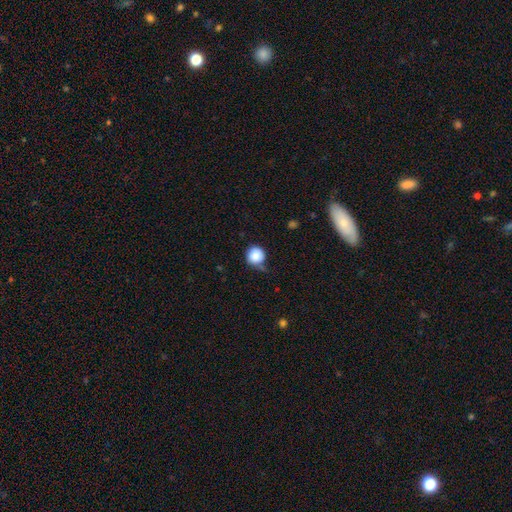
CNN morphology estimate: Overall: smooth (86%). How rounded: round (94%). Merging: none (61%; minor disturbance 27%).